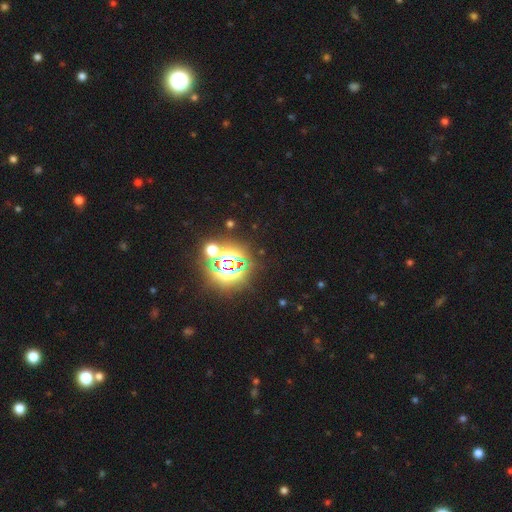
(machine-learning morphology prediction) Overall: star or artifact (84%).